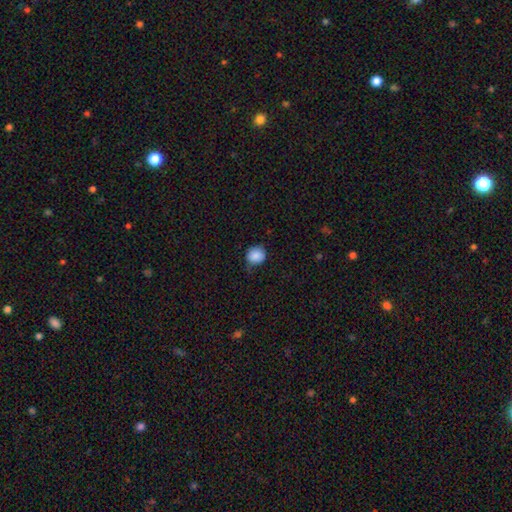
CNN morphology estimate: A smooth galaxy with no disk features (87%) that is round (82%). Merging: none (67%).